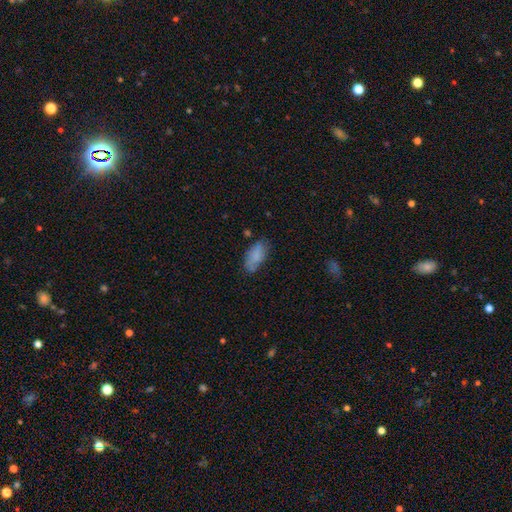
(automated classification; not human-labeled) Smooth or featured? smooth (78%)
How rounded? in between (88%)
Merging? none (64%)